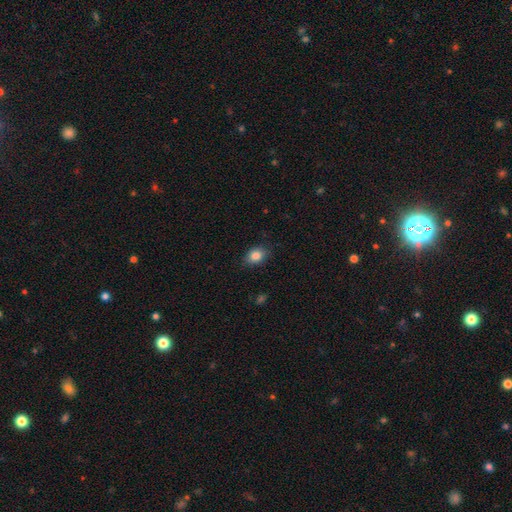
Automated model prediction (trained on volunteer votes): A smooth galaxy with no disk features (85%) that is in between round and cigar-shaped (65%).

Vote fractions:
- Smooth or featured? smooth: 85% / star or artifact: 9% / featured or disk: 6%
- How rounded? in between: 65% / round: 34% / cigar-shaped: 1%
- Merging? none: 84% / minor disturbance: 12% / major disturbance: 3% / merger: 1%